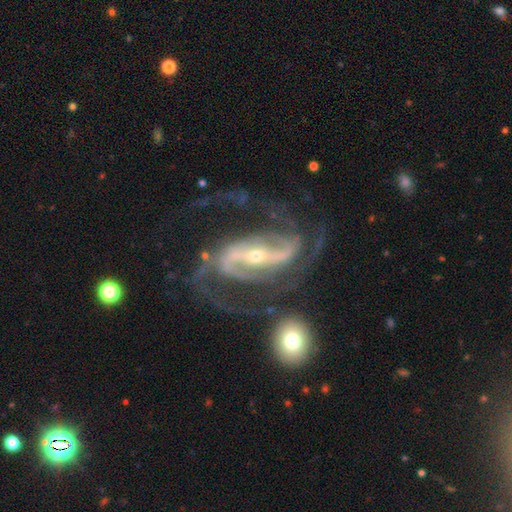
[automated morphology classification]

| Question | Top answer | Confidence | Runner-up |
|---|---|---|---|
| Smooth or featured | featured or disk | 93% | star or artifact (5%) |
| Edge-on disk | no | 96% | yes (4%) |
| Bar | strong | 71% | weak (20%) |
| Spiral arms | yes | 98% | no (2%) |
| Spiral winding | medium | 53% | loose (25%) |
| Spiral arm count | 2 | 77% | 3 (10%) |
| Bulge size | small | 65% | moderate (32%) |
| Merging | none | 55% | major disturbance (22%) |